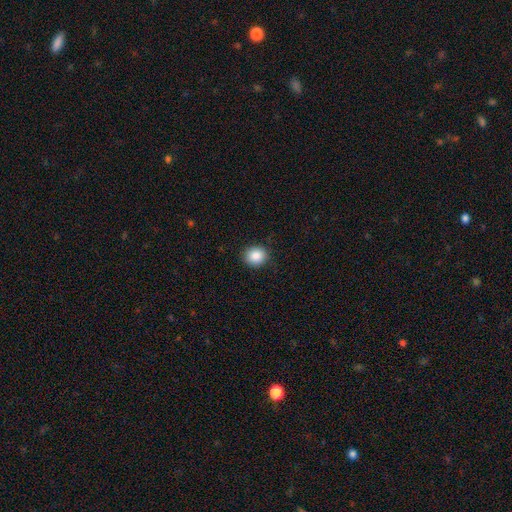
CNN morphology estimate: Smooth or featured: smooth — 87% (star or artifact — 9%)
How rounded: round — 81% (in between — 18%)
Merging: none — 89% (minor disturbance — 8%)